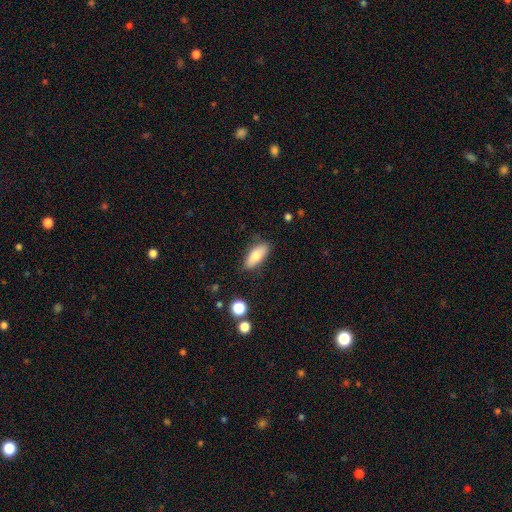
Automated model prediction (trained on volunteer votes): smooth 78%, featured or disk 15%, star or artifact 7%. Down the decision tree: how rounded — in between (75%); merging — none (82%).